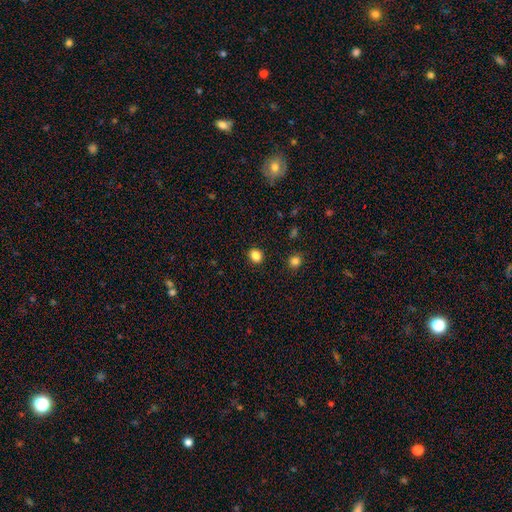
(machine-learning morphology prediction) smooth_or_featured: smooth (p=0.85) [alt: star or artifact p=0.11]
how_rounded: round (p=0.59) [alt: in between p=0.40]
merging: none (p=0.90) [alt: minor disturbance p=0.06]